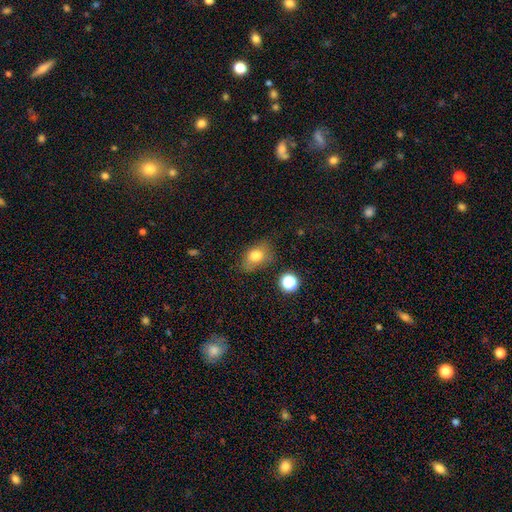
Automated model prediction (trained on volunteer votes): Smooth or featured? smooth (78%)
How rounded? in between (76%)
Merging? none (68%)